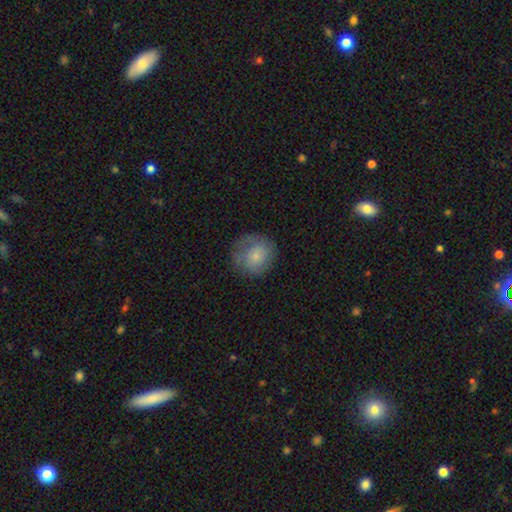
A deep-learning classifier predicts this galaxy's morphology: Smooth or featured?
  - smooth: 74% *
  - featured or disk: 18%
  - star or artifact: 8%
How rounded?
  - round: 84% *
  - in between: 15%
  - cigar-shaped: 1%
Merging?
  - none: 66% *
  - minor disturbance: 22%
  - major disturbance: 11%
  - merger: 1%